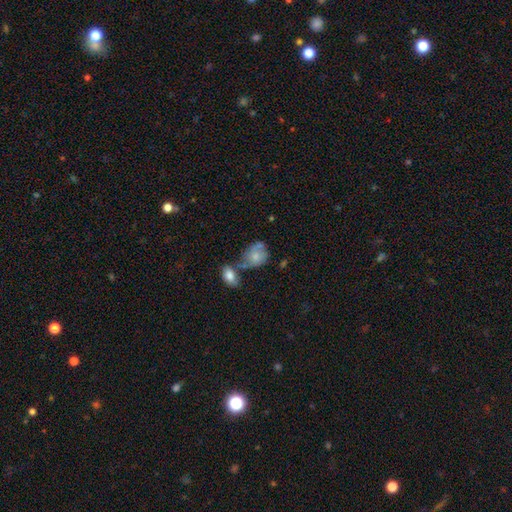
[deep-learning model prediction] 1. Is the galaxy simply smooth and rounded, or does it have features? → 62% smooth, 30% featured or disk, 8% star or artifact.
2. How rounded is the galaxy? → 55% in between, 44% round, 1% cigar-shaped.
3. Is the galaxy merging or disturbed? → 38% none, 25% minor disturbance, 24% merger, 13% major disturbance.